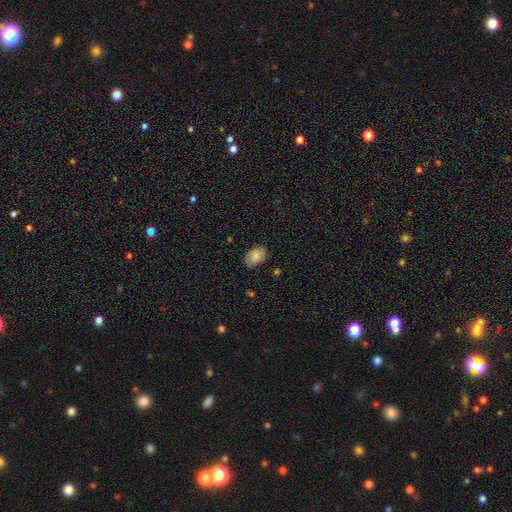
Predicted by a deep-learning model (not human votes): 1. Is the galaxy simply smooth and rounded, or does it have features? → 82% smooth, 10% featured or disk, 7% star or artifact.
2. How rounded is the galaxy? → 83% in between, 16% round, 1% cigar-shaped.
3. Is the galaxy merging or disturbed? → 75% none, 20% minor disturbance, 4% major disturbance, 1% merger.